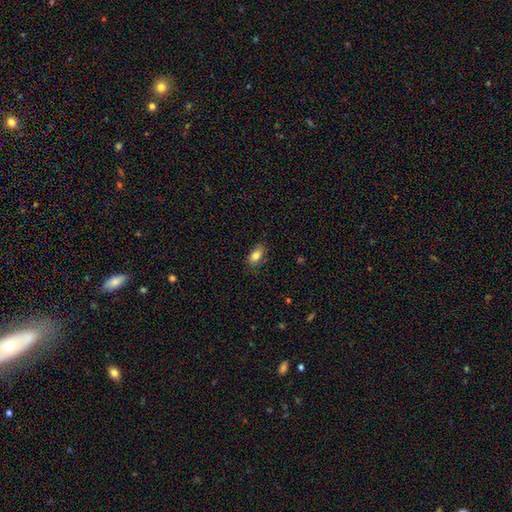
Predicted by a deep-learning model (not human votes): This appears to be a smooth galaxy with no disk features (82%) that is in between round and cigar-shaped (88%). Merging: none (78%).